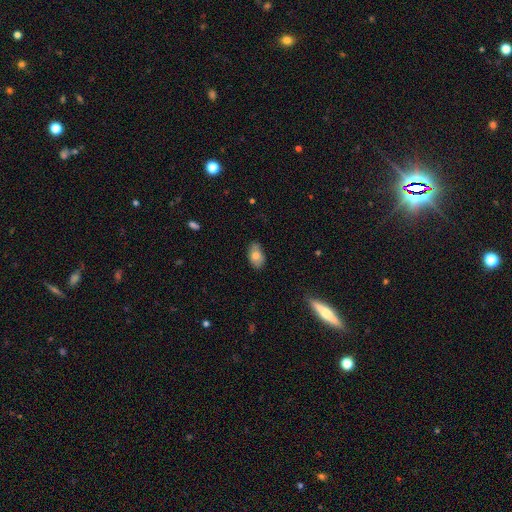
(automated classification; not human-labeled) The model was most divided on "smooth or featured": smooth: 77%, featured or disk: 15%, star or artifact: 8%. More confident: how rounded — in between (91%); merging — none (80%).